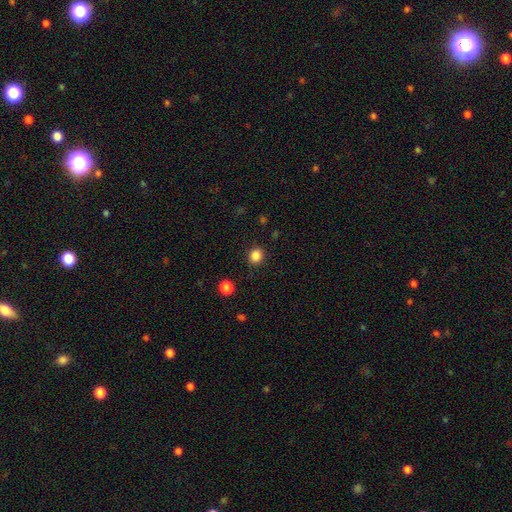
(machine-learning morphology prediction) Smooth or featured?
  - smooth: 85% *
  - star or artifact: 12%
  - featured or disk: 3%
How rounded?
  - round: 82% *
  - in between: 17%
  - cigar-shaped: 1%
Merging?
  - none: 90% *
  - minor disturbance: 7%
  - major disturbance: 2%
  - merger: 1%